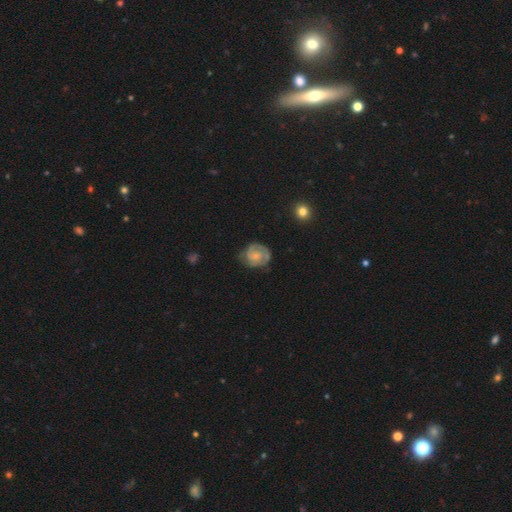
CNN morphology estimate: The model was most divided on "bulge size": small: 56%, moderate: 27%, none: 13%, large: 3%, dominant: 1%. More confident: edge-on disk — no (98%); spiral arms — yes (89%); smooth or featured — featured or disk (71%); bar — no (69%); merging — none (65%); spiral winding — tight (61%); spiral arm count — 2 (59%).